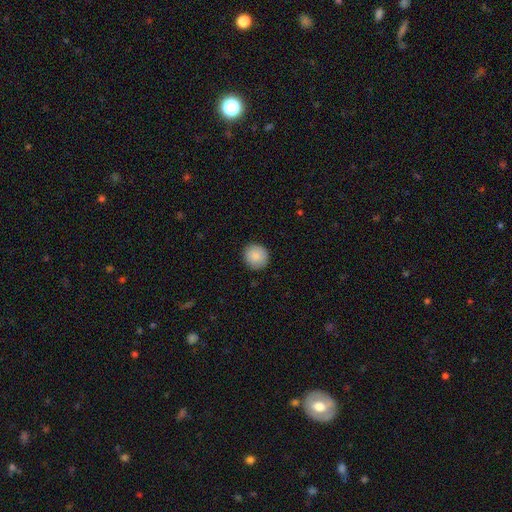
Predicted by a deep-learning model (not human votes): Q: Smooth or featured?
A: smooth (88%); runner-up: star or artifact (7%)
Q: How rounded?
A: round (93%); runner-up: in between (6%)
Q: Merging?
A: none (91%); runner-up: minor disturbance (7%)